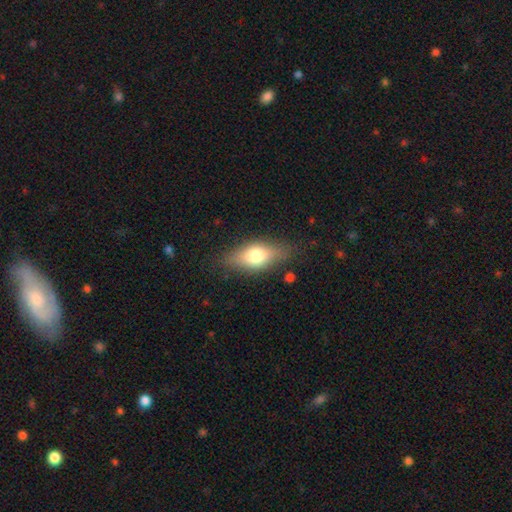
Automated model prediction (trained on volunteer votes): A smooth galaxy with no disk features (67%) that is in between round and cigar-shaped (78%).

Vote fractions:
- Smooth or featured? smooth: 67% / featured or disk: 25% / star or artifact: 8%
- How rounded? in between: 78% / cigar-shaped: 16% / round: 7%
- Merging? none: 78% / minor disturbance: 16% / major disturbance: 5% / merger: 2%